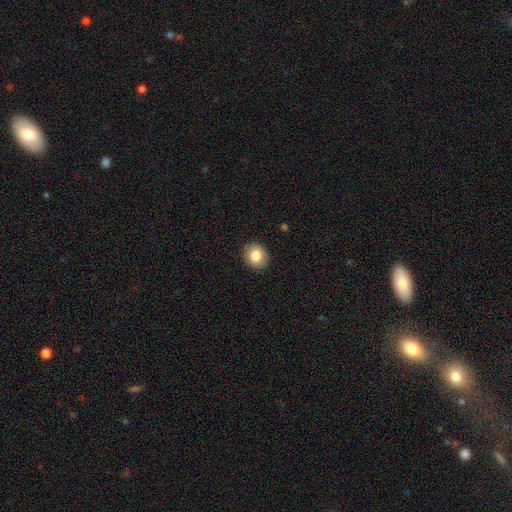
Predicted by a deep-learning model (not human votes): Q: Smooth or featured?
A: smooth (83%); runner-up: star or artifact (9%)
Q: How rounded?
A: round (71%); runner-up: in between (28%)
Q: Merging?
A: none (90%); runner-up: minor disturbance (7%)